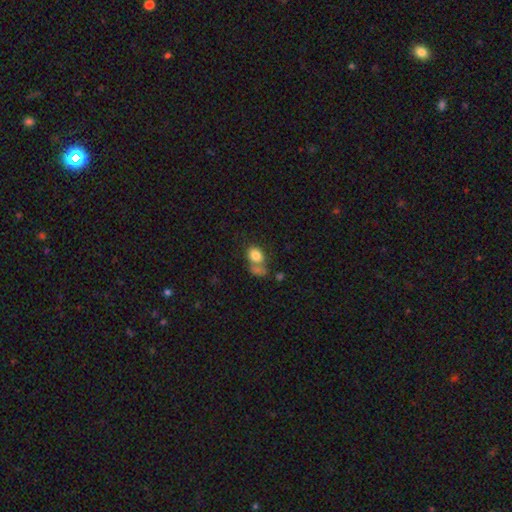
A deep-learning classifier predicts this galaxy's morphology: Q: Smooth or featured?
A: smooth (80%); runner-up: featured or disk (11%)
Q: How rounded?
A: in between (72%); runner-up: round (27%)
Q: Merging?
A: merger (41%); runner-up: none (30%)